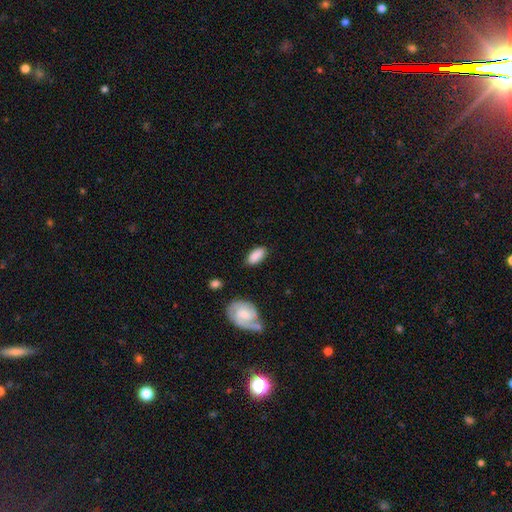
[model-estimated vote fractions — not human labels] Smooth or featured? smooth (85%)
How rounded? in between (88%)
Merging? none (80%)